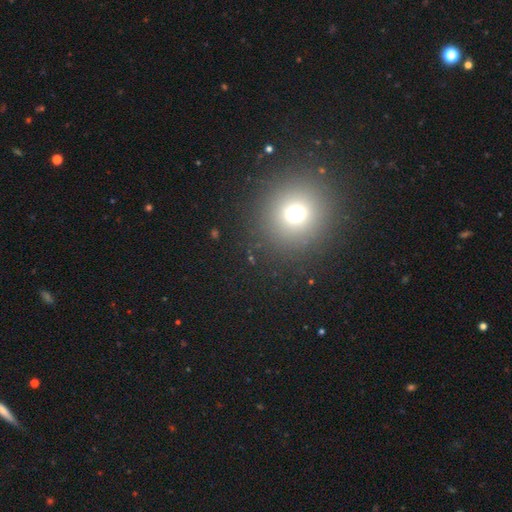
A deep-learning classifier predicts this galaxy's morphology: This appears to be a smooth galaxy with no disk features (65%) that is round (90%). Merging: none (93%).